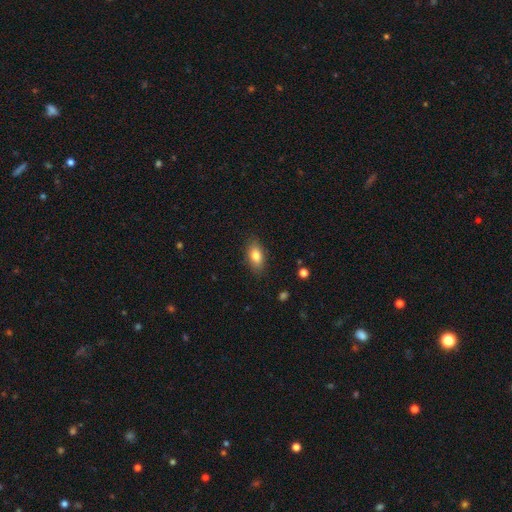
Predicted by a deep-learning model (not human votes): Overall: smooth (80%). How rounded: in between (87%). Merging: none (86%).